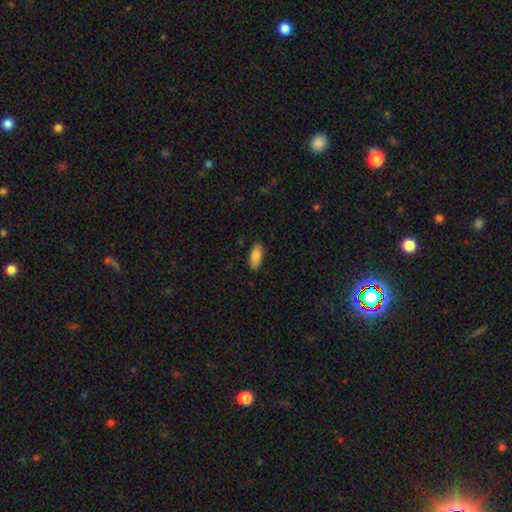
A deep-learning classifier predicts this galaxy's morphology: Q: Smooth or featured?
A: smooth (82%); runner-up: featured or disk (11%)
Q: How rounded?
A: in between (82%); runner-up: cigar-shaped (16%)
Q: Merging?
A: none (86%); runner-up: minor disturbance (11%)